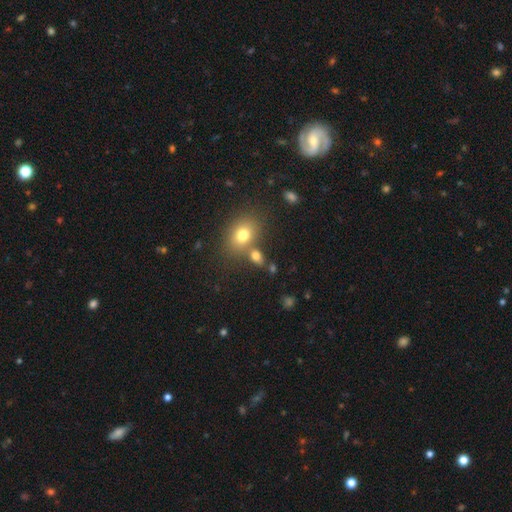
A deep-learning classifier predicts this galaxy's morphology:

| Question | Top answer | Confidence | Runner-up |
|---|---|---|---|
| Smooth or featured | smooth | 75% | star or artifact (13%) |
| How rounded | in between | 72% | round (24%) |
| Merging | none | 56% | merger (27%) |